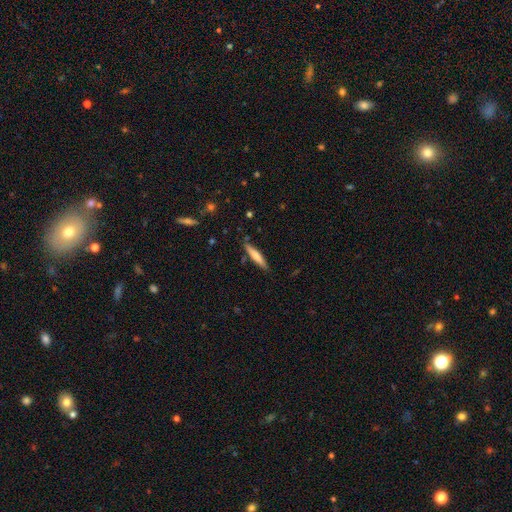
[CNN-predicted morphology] This appears to be a smooth galaxy with no disk features (65%) that is cigar-shaped (90%). Merging: none (86%).